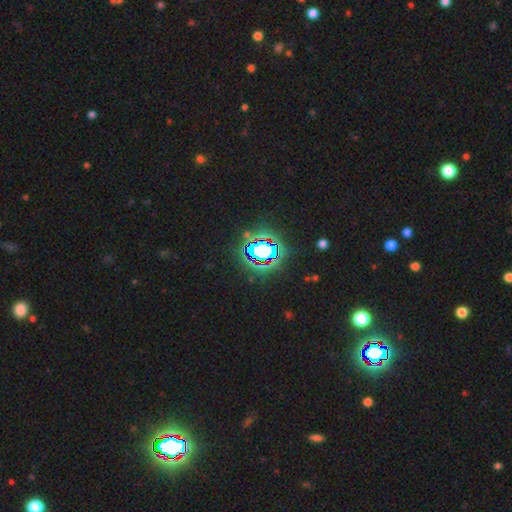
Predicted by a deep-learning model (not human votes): smooth_or_featured: star or artifact (p=0.80) [alt: smooth p=0.13]